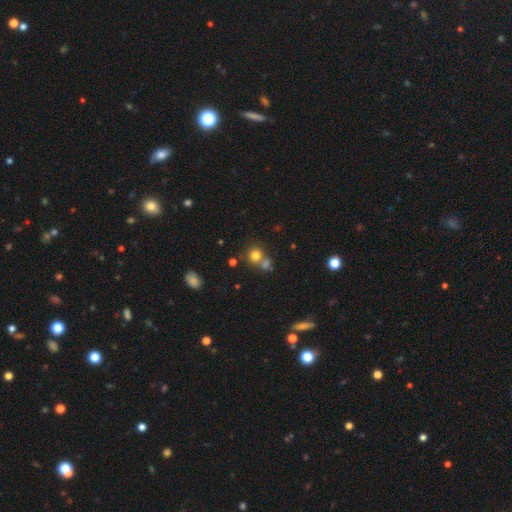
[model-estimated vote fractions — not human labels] smooth-or-featured: smooth: 75% | star or artifact: 15% | featured or disk: 9%
  how-rounded: round: 86% | in between: 13% | cigar-shaped: 1%
  merging: none: 55% | merger: 33% | minor disturbance: 8% | major disturbance: 4%